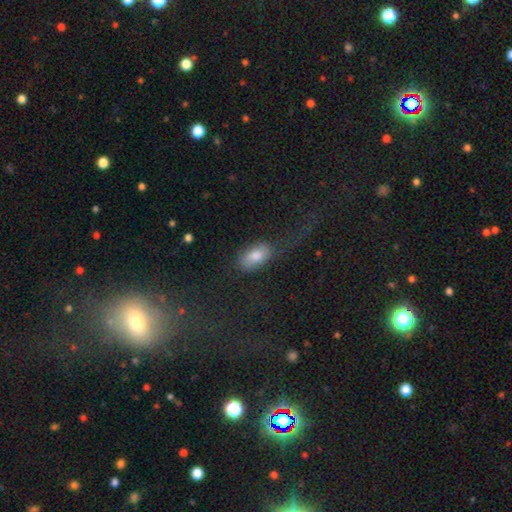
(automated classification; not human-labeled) Smooth or featured? smooth (70%)
How rounded? in between (90%)
Merging? major disturbance (40%)